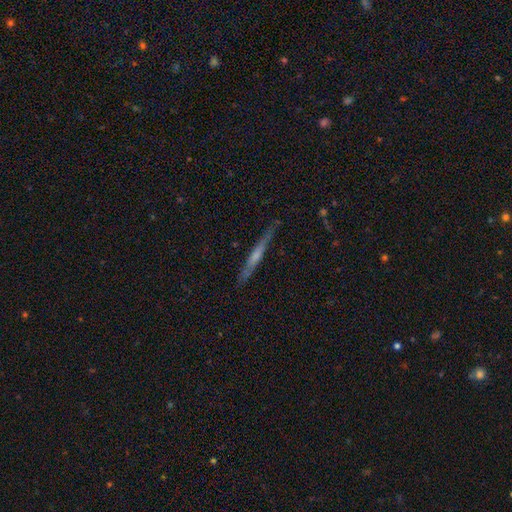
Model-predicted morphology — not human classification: The model was most divided on "edge-on bulge": none: 53%, rounded: 32%, boxy: 15%. More confident: edge-on disk — yes (95%); merging — none (84%); smooth or featured — featured or disk (61%).